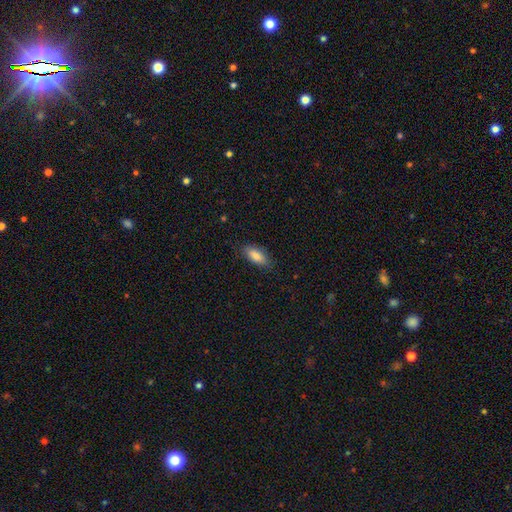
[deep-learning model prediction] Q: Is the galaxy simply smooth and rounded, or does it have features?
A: smooth — 85%.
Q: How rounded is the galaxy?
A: in between — 86%.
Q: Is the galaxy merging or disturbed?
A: none — 83%.